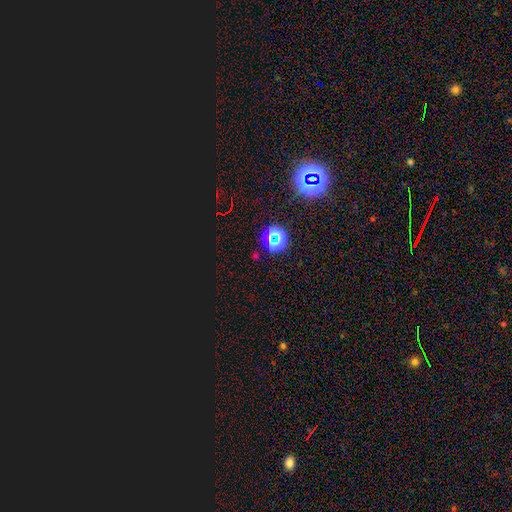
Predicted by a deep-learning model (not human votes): star or artifact 71%, smooth 22%, featured or disk 7%.